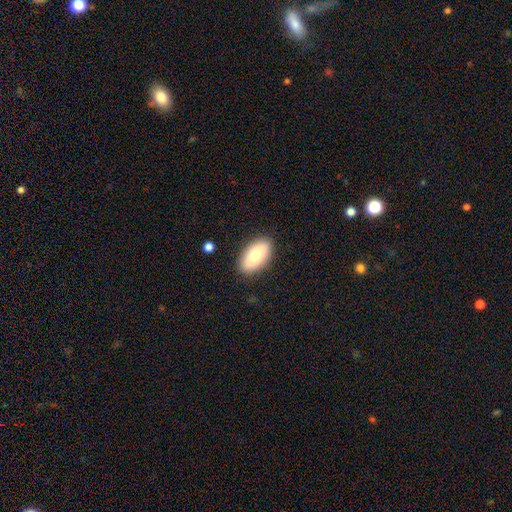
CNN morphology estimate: This is likely a smooth galaxy (77%). How rounded: clearly in between (94%). Merging: clearly none (87%).